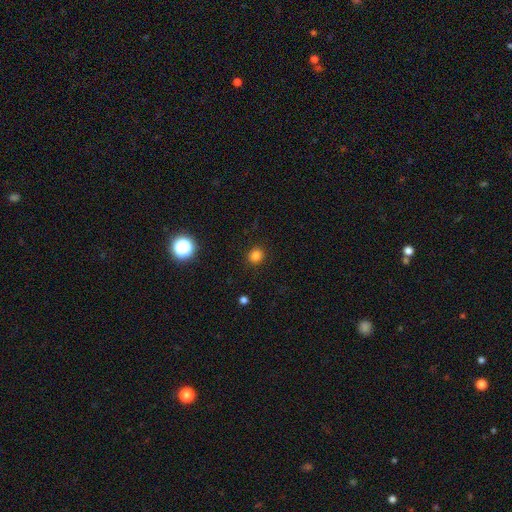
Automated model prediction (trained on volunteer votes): The model was most divided on "smooth or featured": smooth: 81%, star or artifact: 15%, featured or disk: 4%. More confident: merging — none (90%); how rounded — round (86%).